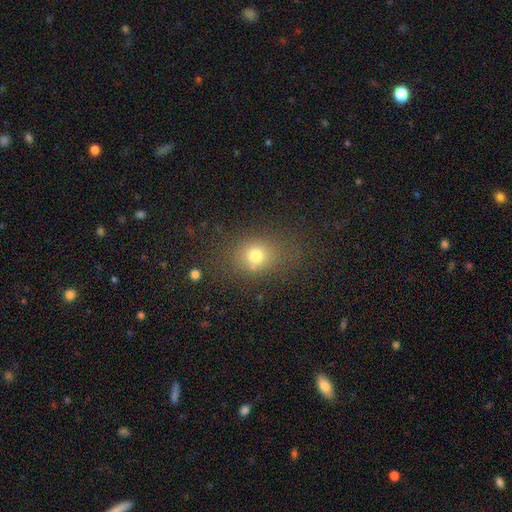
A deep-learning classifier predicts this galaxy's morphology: smooth-or-featured: smooth: 73% | star or artifact: 16% | featured or disk: 11%
  how-rounded: round: 59% | in between: 40% | cigar-shaped: 1%
  merging: none: 71% | minor disturbance: 16% | major disturbance: 8% | merger: 5%